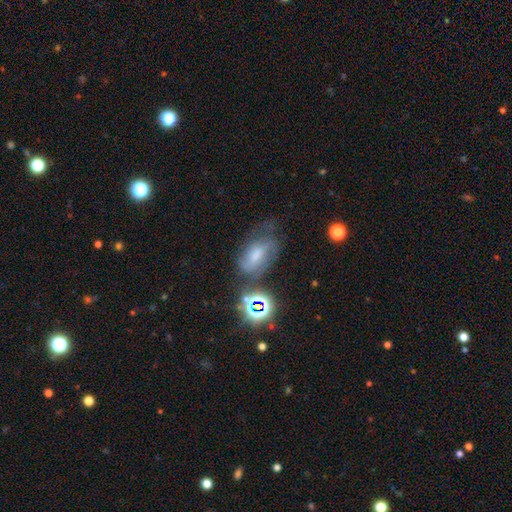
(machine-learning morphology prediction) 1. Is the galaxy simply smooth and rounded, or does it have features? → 39% smooth (tied), 39% featured or disk (tied), 22% star or artifact.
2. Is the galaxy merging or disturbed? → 41% none, 28% minor disturbance, 22% major disturbance, 10% merger.